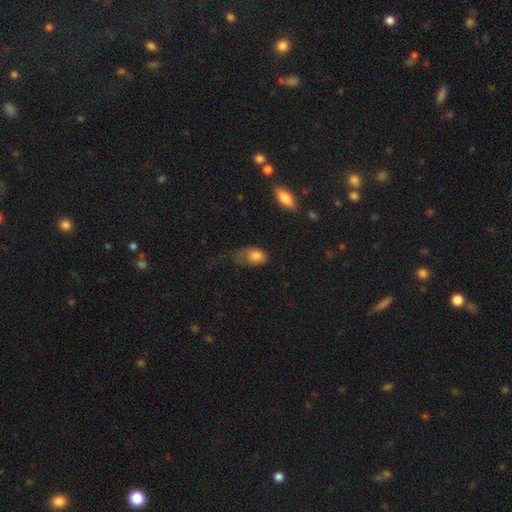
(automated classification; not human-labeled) Overall: smooth (80%). How rounded: in between (84%). Merging: major disturbance (43%; minor disturbance 31%).